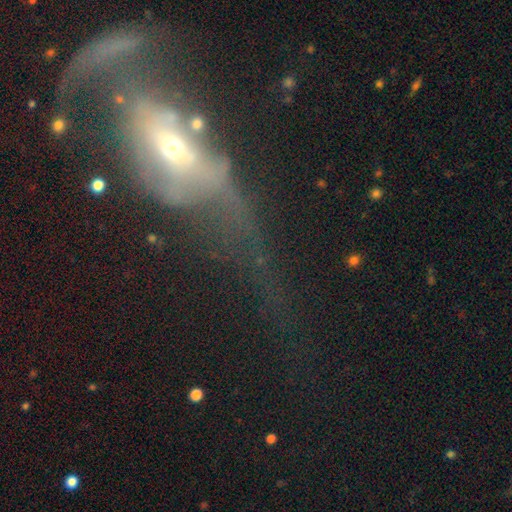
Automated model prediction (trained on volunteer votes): The model was most divided on "smooth or featured": featured or disk: 46%, smooth: 32%, star or artifact: 22%. More confident: merging — major disturbance (52%).